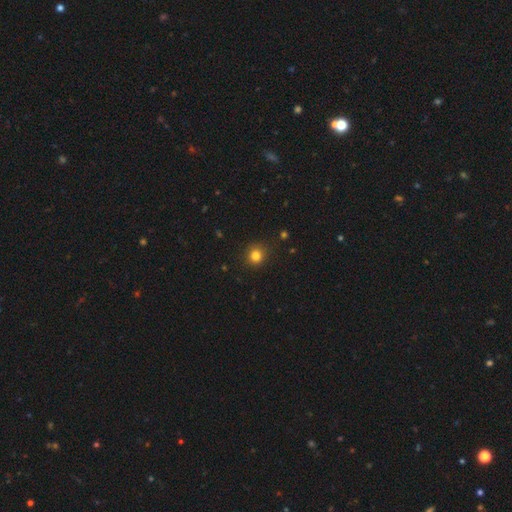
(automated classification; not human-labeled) smooth_or_featured: smooth (p=0.82) [alt: star or artifact p=0.13]
how_rounded: round (p=0.87) [alt: in between p=0.12]
merging: none (p=0.88) [alt: minor disturbance p=0.09]